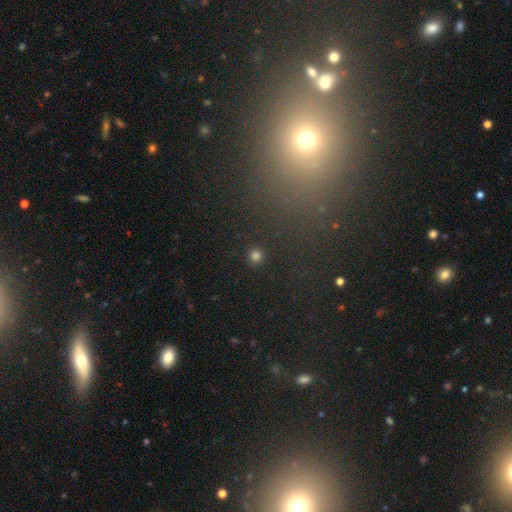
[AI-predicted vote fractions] A smooth galaxy with no disk features (79%) that is round (95%). Merging: none (92%).